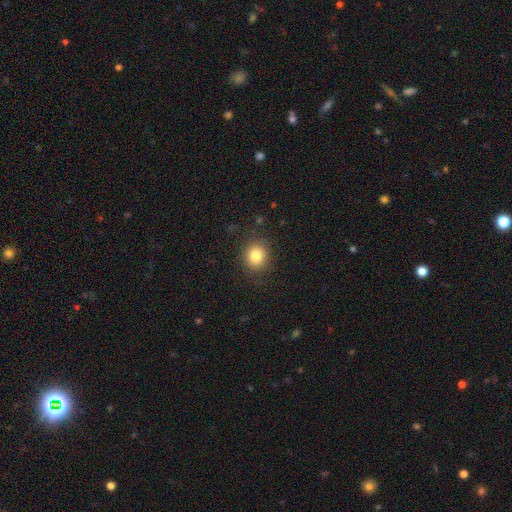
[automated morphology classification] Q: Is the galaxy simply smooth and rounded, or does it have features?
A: smooth — 82%.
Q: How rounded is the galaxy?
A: round — 82%.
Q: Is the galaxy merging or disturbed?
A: none — 86%.